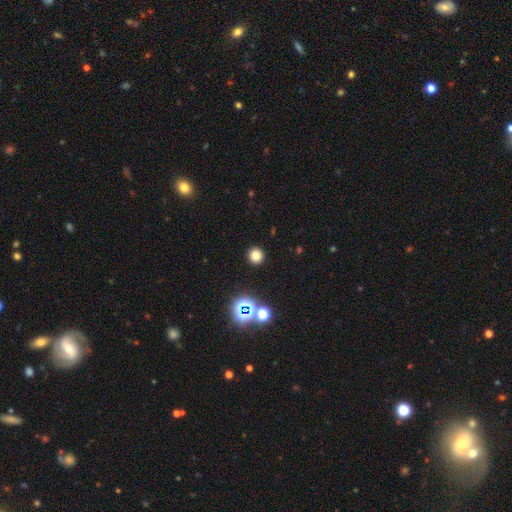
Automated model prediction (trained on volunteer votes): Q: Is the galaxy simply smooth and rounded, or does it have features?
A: smooth — 76%.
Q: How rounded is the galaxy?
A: round — 93%.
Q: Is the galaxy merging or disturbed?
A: none — 92%.